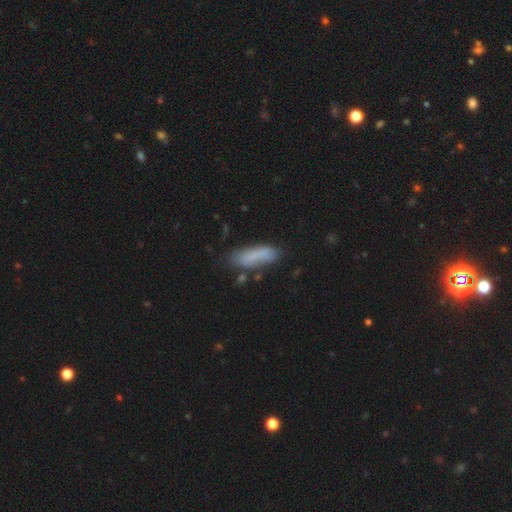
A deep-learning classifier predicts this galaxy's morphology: This appears to be a smooth galaxy with no disk features (76%) that is in between round and cigar-shaped (50%). Merging: none (60%).